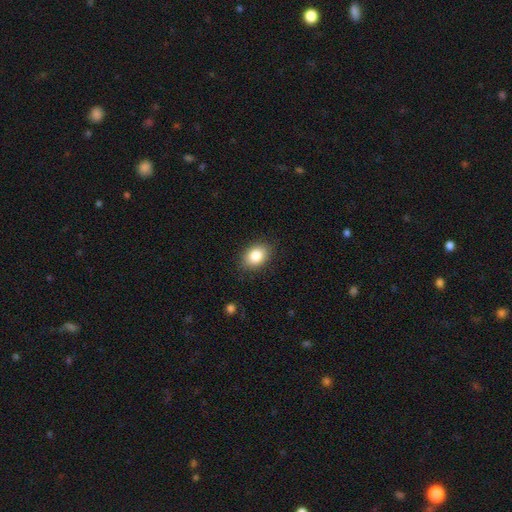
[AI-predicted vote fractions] smooth 83%, star or artifact 9%, featured or disk 8%. Down the decision tree: how rounded — in between (75%); merging — none (86%).